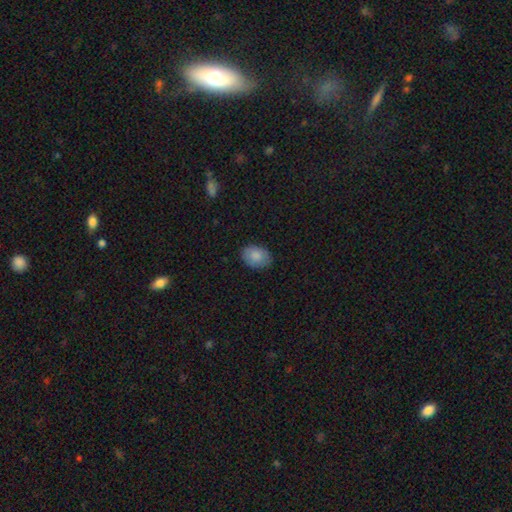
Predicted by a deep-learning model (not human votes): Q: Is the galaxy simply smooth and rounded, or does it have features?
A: smooth — 84%.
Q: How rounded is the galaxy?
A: in between — 76%.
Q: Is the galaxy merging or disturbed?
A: none — 85%.